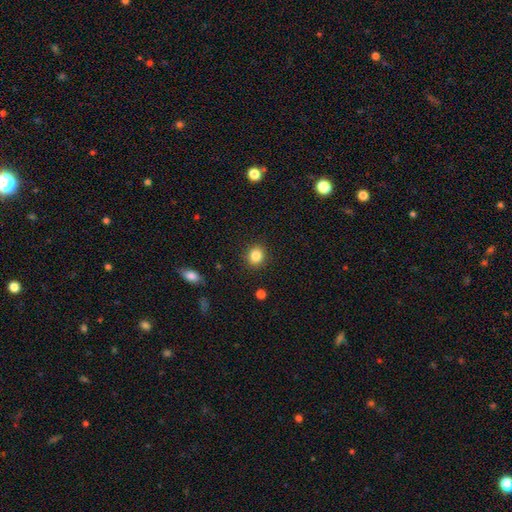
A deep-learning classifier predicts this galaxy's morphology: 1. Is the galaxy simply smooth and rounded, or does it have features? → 85% smooth, 11% star or artifact, 5% featured or disk.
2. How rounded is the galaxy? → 79% round, 20% in between, 1% cigar-shaped.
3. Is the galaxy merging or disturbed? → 90% none, 7% minor disturbance, 2% major disturbance, 1% merger.